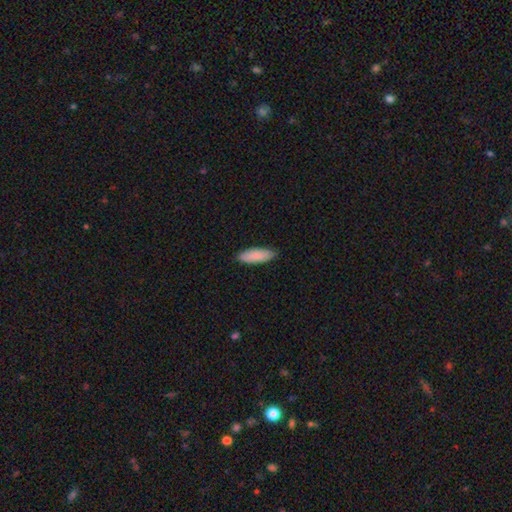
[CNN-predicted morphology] This is clearly a smooth galaxy (89%). How rounded: possibly in between (55%). Merging: clearly none (87%).